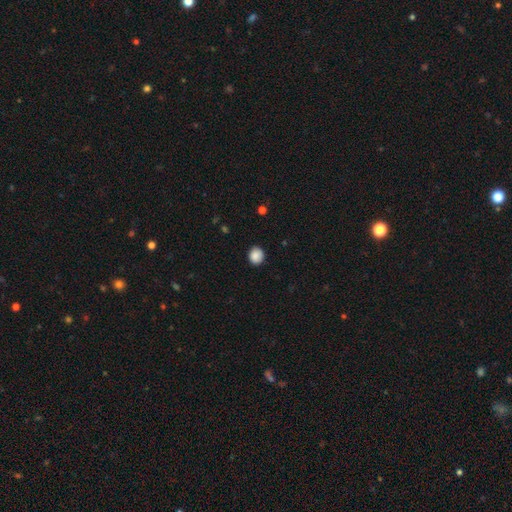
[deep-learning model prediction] Morphology: type=smooth (88%); roundness=round (79%); merging=none (88%).